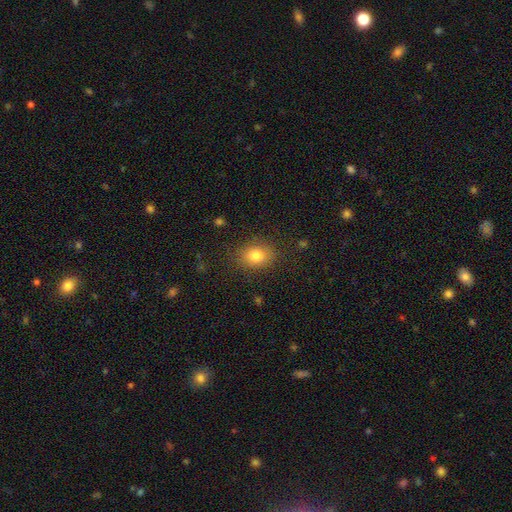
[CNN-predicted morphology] Q: Smooth or featured?
A: smooth (81%); runner-up: star or artifact (11%)
Q: How rounded?
A: in between (54%); runner-up: round (45%)
Q: Merging?
A: none (84%); runner-up: minor disturbance (11%)